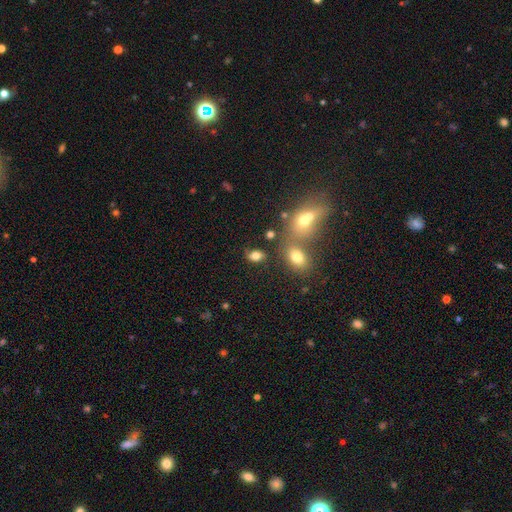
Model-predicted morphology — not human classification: smooth-or-featured: smooth: 75% | featured or disk: 13% | star or artifact: 12%
  how-rounded: in between: 80% | round: 17% | cigar-shaped: 2%
  merging: none: 63% | minor disturbance: 19% | merger: 11% | major disturbance: 7%